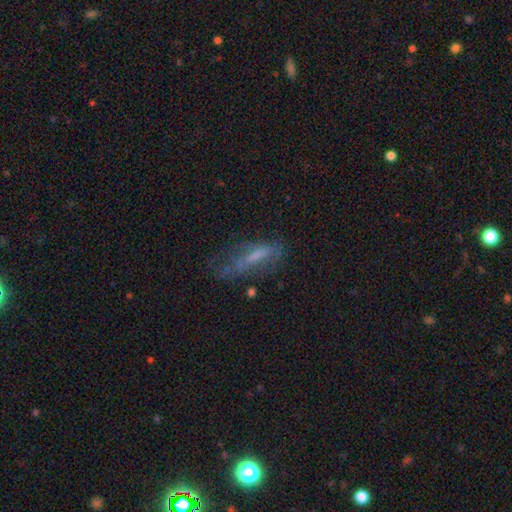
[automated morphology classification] Overall: smooth (44%, tied with featured or disk). Merging: none (46%; minor disturbance 27%).